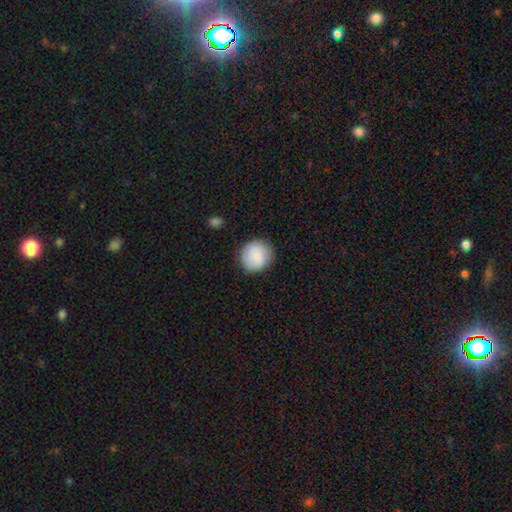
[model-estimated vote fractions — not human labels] Smooth or featured?
  - smooth: 67% *
  - featured or disk: 26%
  - star or artifact: 7%
How rounded?
  - round: 91% *
  - in between: 8%
  - cigar-shaped: 1%
Merging?
  - none: 86% *
  - minor disturbance: 10%
  - major disturbance: 3%
  - merger: 1%